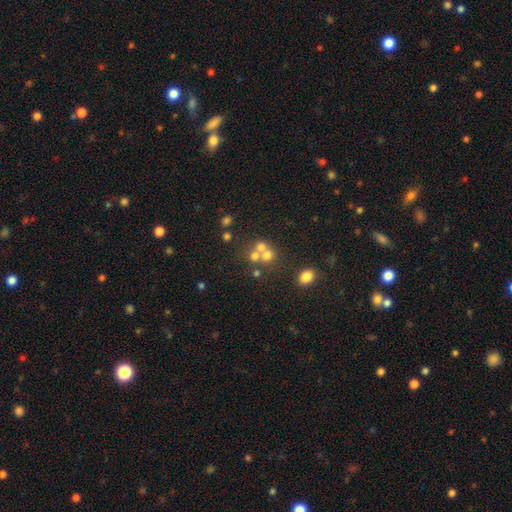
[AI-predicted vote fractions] Smooth or featured: smooth — 57% (featured or disk — 24%)
How rounded: round — 81% (in between — 18%)
Merging: merger — 52% (none — 37%)